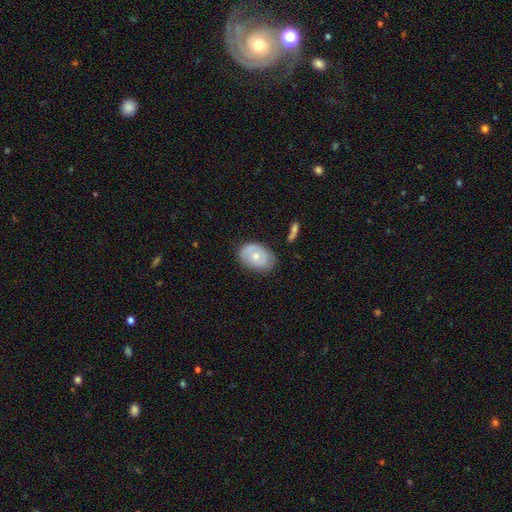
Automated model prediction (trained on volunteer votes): Overall: smooth (57%; featured or disk 37%). How rounded: in between (82%). Merging: none (70%).